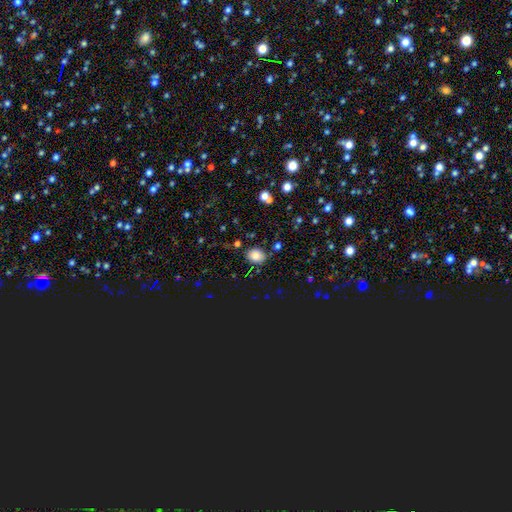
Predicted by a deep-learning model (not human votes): smooth 81%, star or artifact 13%, featured or disk 5%. Down the decision tree: how rounded — in between (54%); merging — none (81%).